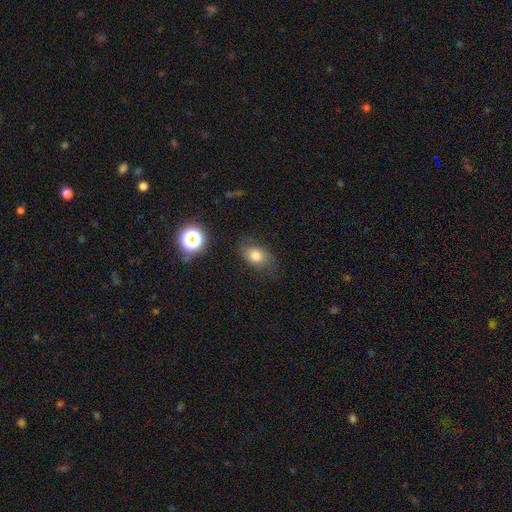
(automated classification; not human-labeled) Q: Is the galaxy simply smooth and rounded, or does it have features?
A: smooth — 68%.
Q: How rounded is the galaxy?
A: in between — 69%.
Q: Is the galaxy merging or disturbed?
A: none — 66%.